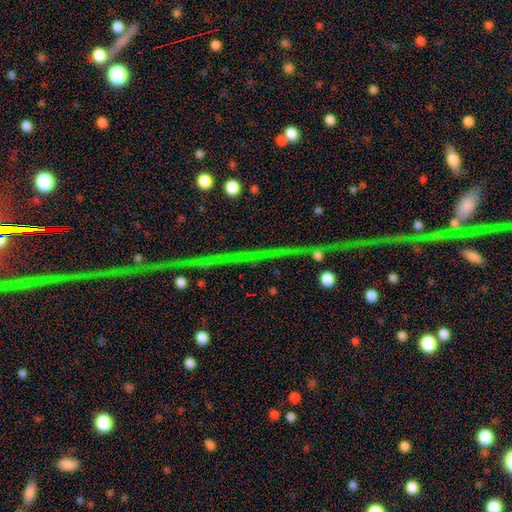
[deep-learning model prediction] Smooth or featured?
  - star or artifact: 72% *
  - featured or disk: 18%
  - smooth: 11%